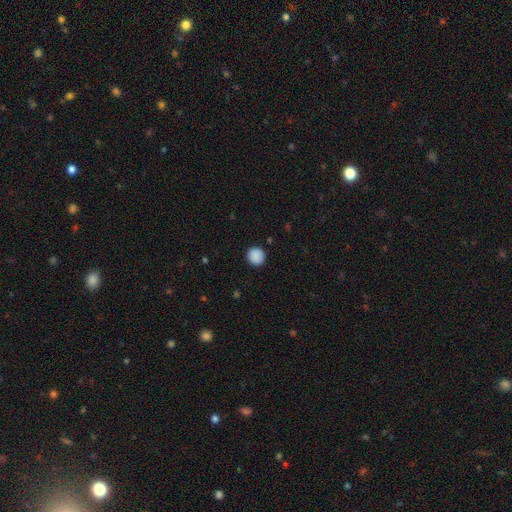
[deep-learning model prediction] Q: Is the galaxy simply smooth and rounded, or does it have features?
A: smooth — 89%.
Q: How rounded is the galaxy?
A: round — 92%.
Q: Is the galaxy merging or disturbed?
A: none — 91%.